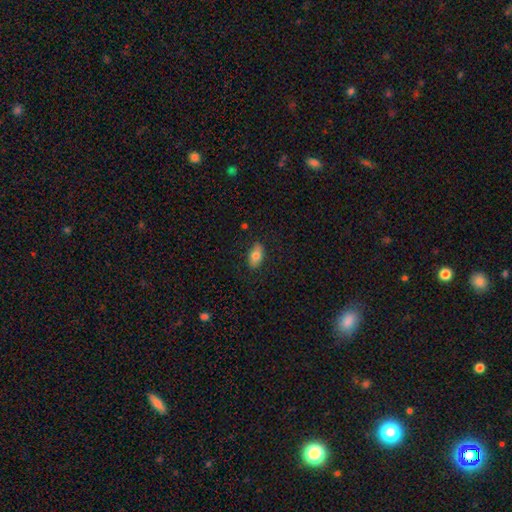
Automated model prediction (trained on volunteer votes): Overall: smooth (75%). How rounded: in between (91%). Merging: none (85%).